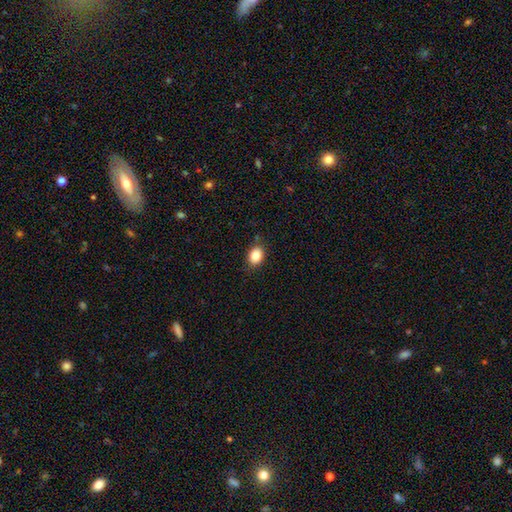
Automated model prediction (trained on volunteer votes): This is clearly a smooth galaxy (85%). How rounded: likely in between (63%). Merging: clearly none (83%).